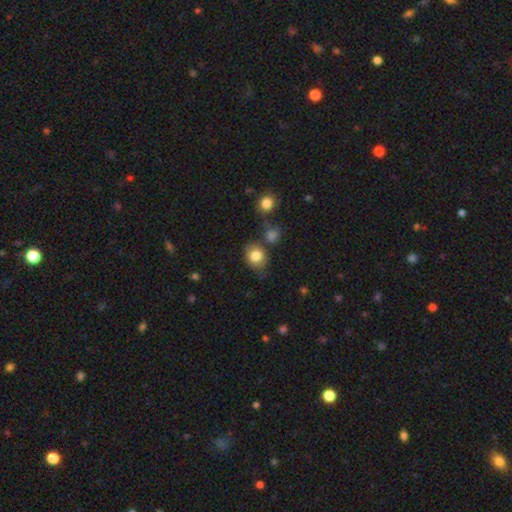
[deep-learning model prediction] Smooth or featured?
  - smooth: 83% *
  - star or artifact: 9%
  - featured or disk: 8%
How rounded?
  - round: 61% *
  - in between: 38%
  - cigar-shaped: 1%
Merging?
  - none: 70% *
  - minor disturbance: 16%
  - merger: 10%
  - major disturbance: 5%